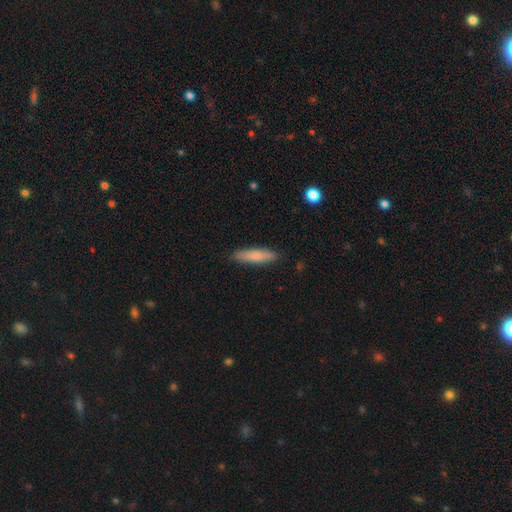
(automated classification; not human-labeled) smooth_or_featured: smooth (p=0.79) [alt: featured or disk p=0.15]
how_rounded: cigar-shaped (p=0.82) [alt: in between p=0.17]
merging: none (p=0.88) [alt: minor disturbance p=0.09]